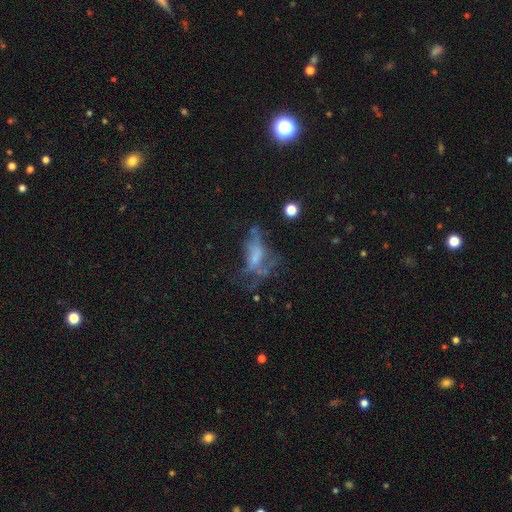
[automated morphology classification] featured or disk 49%, smooth 32%, star or artifact 19%. Down the decision tree: merging — major disturbance (40%).